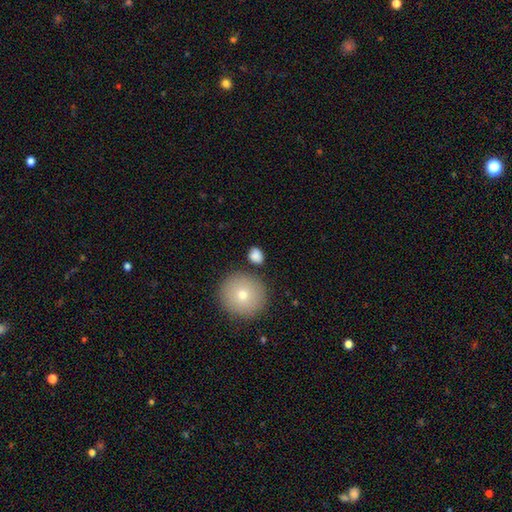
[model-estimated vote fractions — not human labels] The model was most divided on "how rounded": round: 54%, in between: 44%, cigar-shaped: 2%. More confident: smooth or featured — smooth (83%); merging — none (77%).